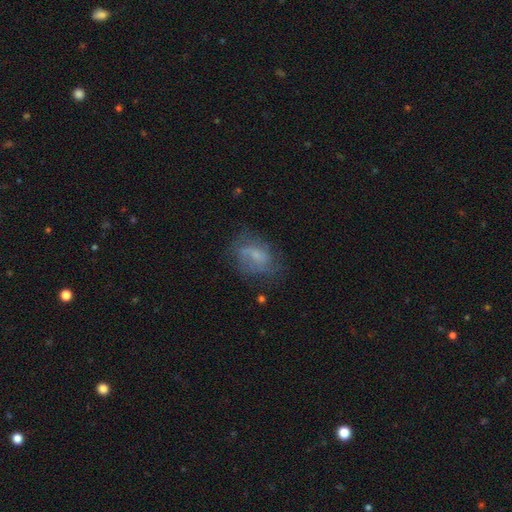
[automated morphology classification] A featured or disk galaxy (48%). Merging: none (55%).